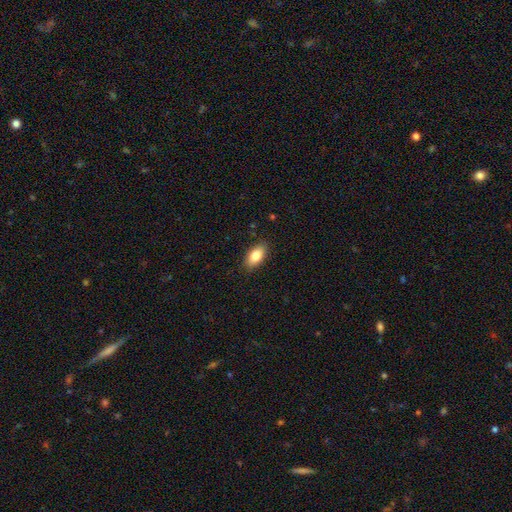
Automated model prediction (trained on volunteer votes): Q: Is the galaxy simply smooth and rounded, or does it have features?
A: smooth — 82%.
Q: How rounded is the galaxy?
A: in between — 90%.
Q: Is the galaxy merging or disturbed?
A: none — 87%.